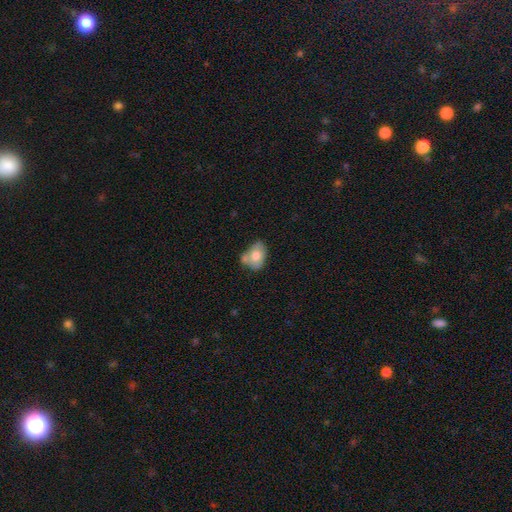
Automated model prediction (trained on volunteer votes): A smooth galaxy with no disk features (67%) that is in between round and cigar-shaped (77%).

Vote fractions:
- Smooth or featured? smooth: 67% / featured or disk: 26% / star or artifact: 7%
- How rounded? in between: 77% / round: 21% / cigar-shaped: 1%
- Merging? none: 36% / merger: 32% / minor disturbance: 24% / major disturbance: 8%